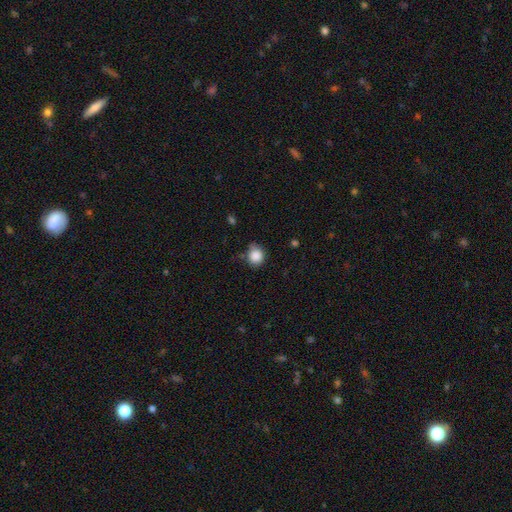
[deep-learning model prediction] A smooth galaxy with no disk features (86%) that is round (79%). Merging: none (65%).